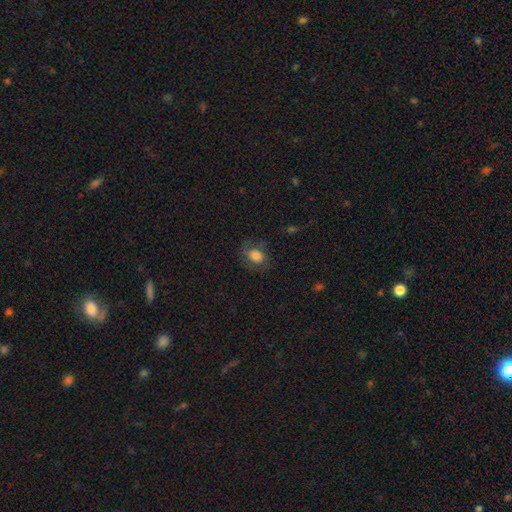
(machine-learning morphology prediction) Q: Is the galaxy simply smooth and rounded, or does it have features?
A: smooth — 67%.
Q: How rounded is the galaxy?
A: in between — 56%.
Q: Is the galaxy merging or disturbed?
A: none — 64%.